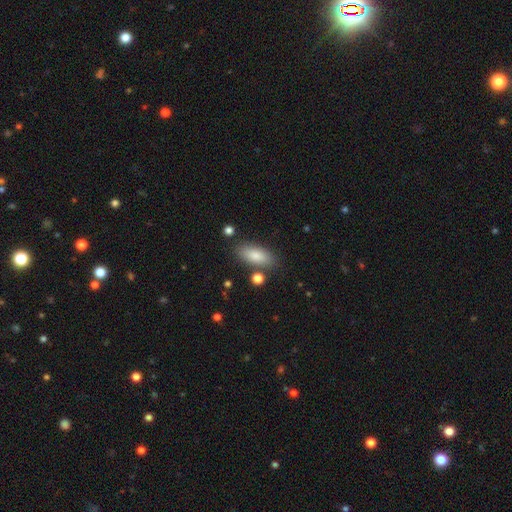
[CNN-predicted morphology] Q: Smooth or featured?
A: smooth (83%); runner-up: featured or disk (10%)
Q: How rounded?
A: in between (79%); runner-up: cigar-shaped (18%)
Q: Merging?
A: none (80%); runner-up: minor disturbance (12%)